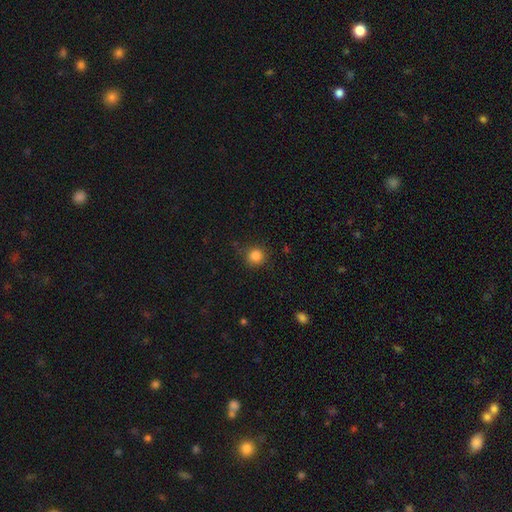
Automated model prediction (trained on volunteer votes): This appears to be a smooth galaxy with no disk features (84%) that is round (91%). Merging: none (83%).